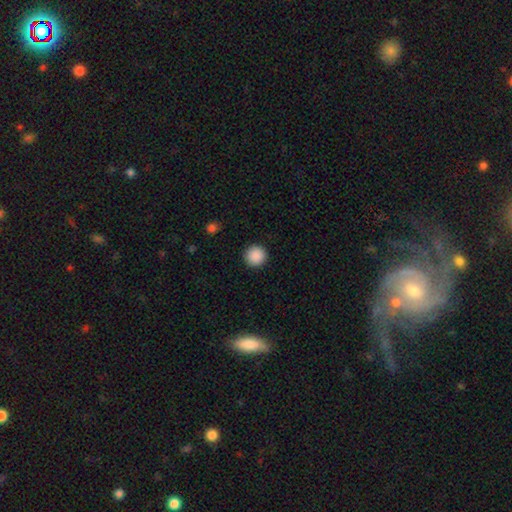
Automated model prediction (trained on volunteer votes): Morphology: type=smooth (89%); roundness=round (96%); merging=none (93%).